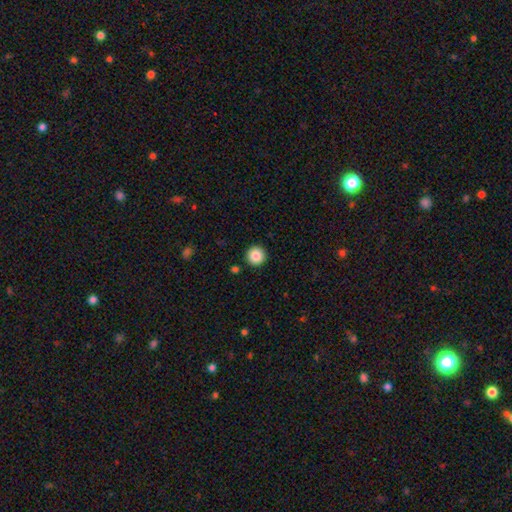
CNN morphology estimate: Smooth or featured? smooth (86%)
How rounded? round (96%)
Merging? none (92%)